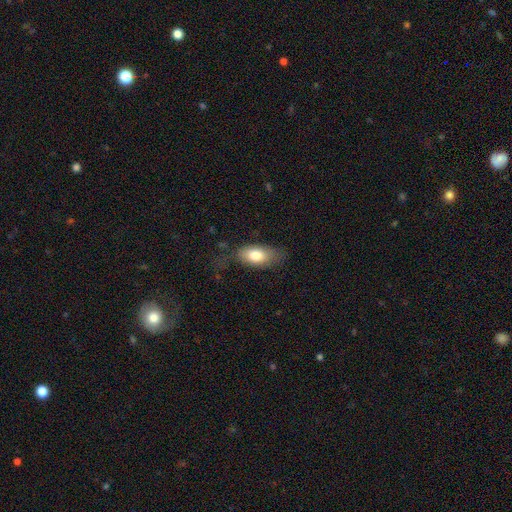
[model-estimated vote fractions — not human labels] Smooth or featured? Predicted: smooth (p=0.78). How rounded? Predicted: in between (p=0.90). Merging? Predicted: none (p=0.60).